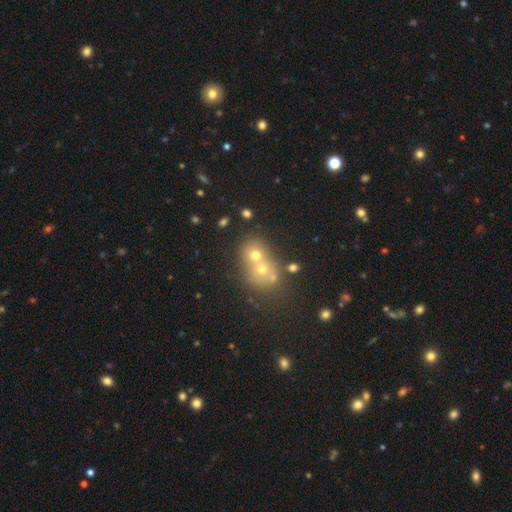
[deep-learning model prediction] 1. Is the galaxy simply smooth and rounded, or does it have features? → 51% smooth, 27% star or artifact, 22% featured or disk.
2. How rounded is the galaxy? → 67% round, 31% in between, 2% cigar-shaped.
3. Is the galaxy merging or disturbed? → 56% merger, 33% none, 7% minor disturbance, 4% major disturbance.